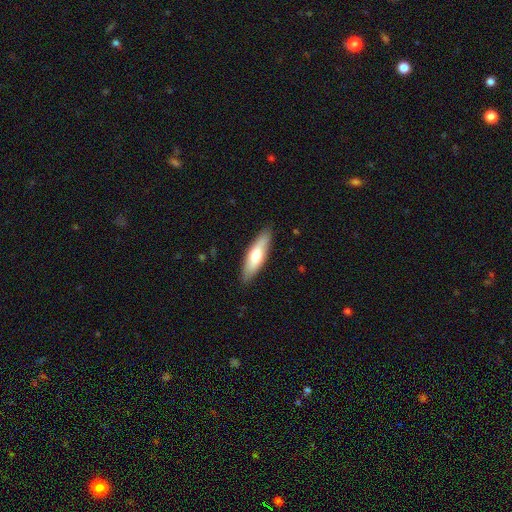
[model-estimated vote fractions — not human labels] Smooth or featured? Predicted: smooth (p=0.65). How rounded? Predicted: cigar-shaped (p=0.59). Merging? Predicted: none (p=0.87).